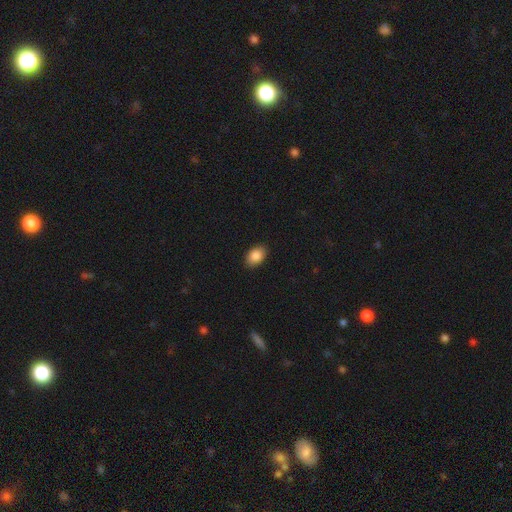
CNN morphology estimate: Overall: smooth (87%). How rounded: in between (87%). Merging: none (88%).